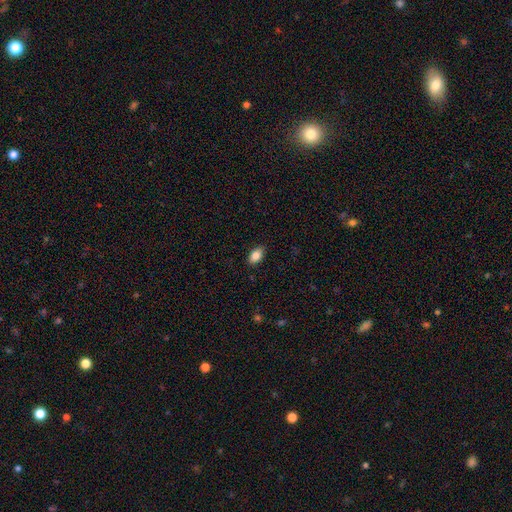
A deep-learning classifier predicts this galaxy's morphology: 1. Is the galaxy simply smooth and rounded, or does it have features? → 84% smooth, 8% featured or disk, 8% star or artifact.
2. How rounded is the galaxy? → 91% in between, 7% round, 3% cigar-shaped.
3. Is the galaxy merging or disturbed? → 88% none, 9% minor disturbance, 2% major disturbance, 1% merger.